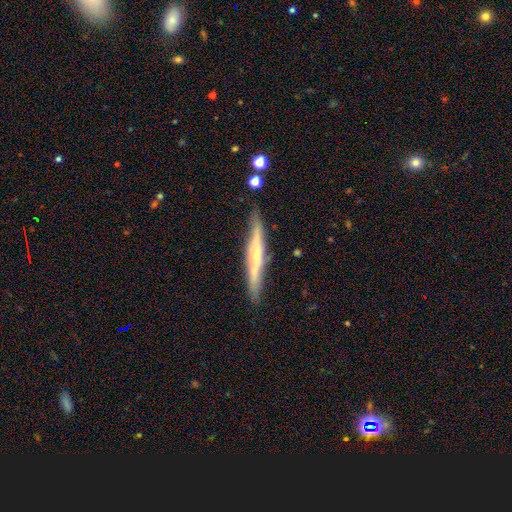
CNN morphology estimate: Smooth or featured? Predicted: featured or disk (p=0.61). Edge-on disk? Predicted: yes (p=0.91). Edge-on bulge? Predicted: rounded (p=0.59). Merging? Predicted: none (p=0.82).